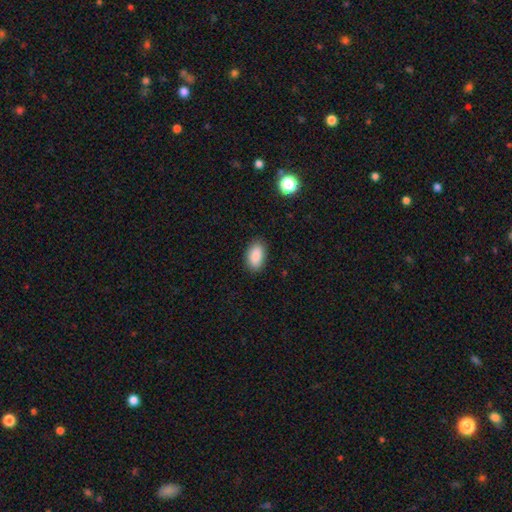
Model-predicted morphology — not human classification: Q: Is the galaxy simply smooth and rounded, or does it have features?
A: smooth — 89%.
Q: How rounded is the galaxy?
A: in between — 93%.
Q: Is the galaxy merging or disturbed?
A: none — 86%.